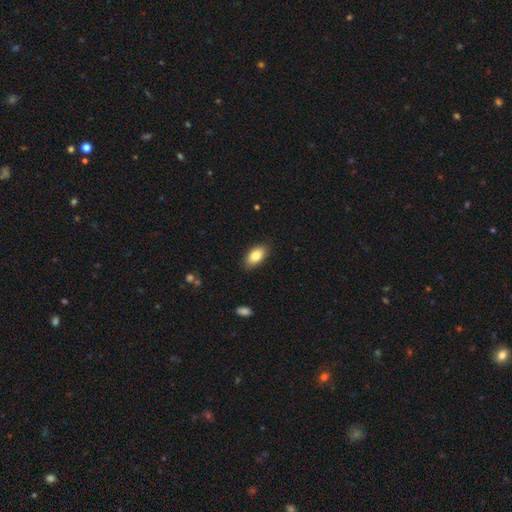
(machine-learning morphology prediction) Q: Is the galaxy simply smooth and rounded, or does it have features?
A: smooth — 82%.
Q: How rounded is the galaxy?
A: in between — 91%.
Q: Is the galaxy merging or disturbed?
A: none — 87%.